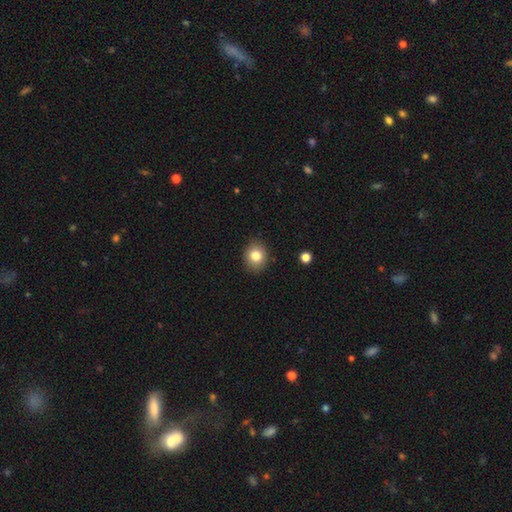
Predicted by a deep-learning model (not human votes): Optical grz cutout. It shows a smooth galaxy with no disk features (81%) that is round (70%). Merging: none (88%).